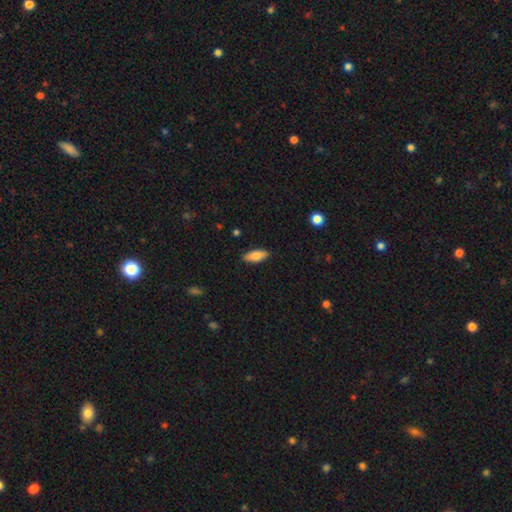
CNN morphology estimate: type=smooth (79%); roundness=in between (82%); merging=none (88%).